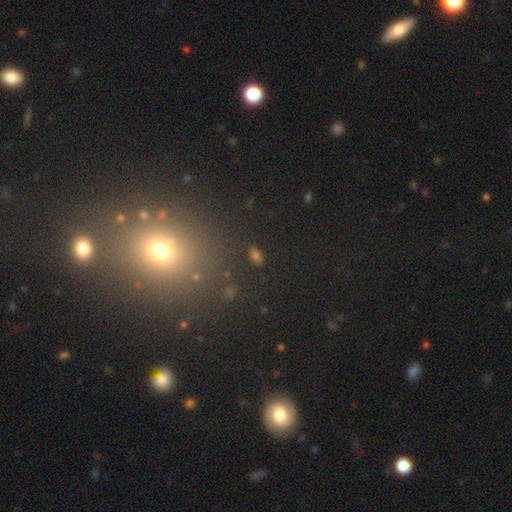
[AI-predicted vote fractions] Q: Smooth or featured?
A: smooth (53%); runner-up: star or artifact (37%)
Q: How rounded?
A: in between (51%); runner-up: round (44%)
Q: Merging?
A: none (82%); runner-up: minor disturbance (9%)